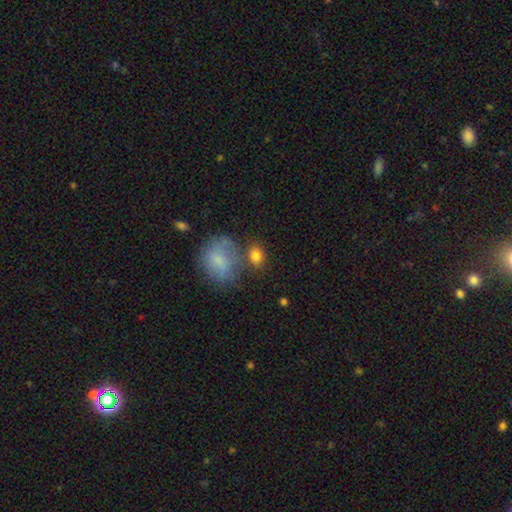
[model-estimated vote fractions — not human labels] Q: Smooth or featured?
A: smooth (82%); runner-up: star or artifact (10%)
Q: How rounded?
A: round (58%); runner-up: in between (40%)
Q: Merging?
A: none (65%); runner-up: merger (15%)